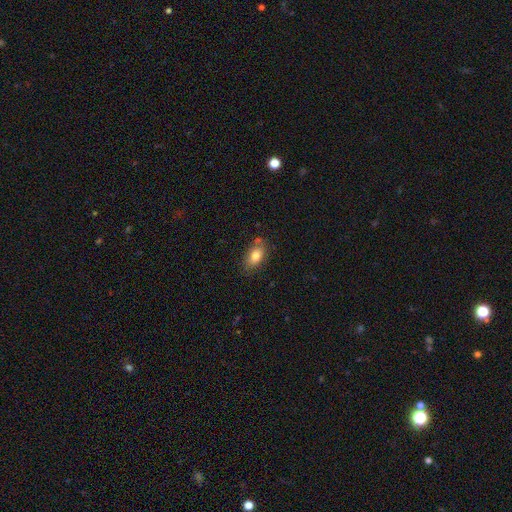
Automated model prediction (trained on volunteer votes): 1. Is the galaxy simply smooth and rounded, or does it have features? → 80% smooth, 12% featured or disk, 8% star or artifact.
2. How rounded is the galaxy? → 89% in between, 7% round, 3% cigar-shaped.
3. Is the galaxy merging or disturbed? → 73% none, 18% minor disturbance, 6% merger, 4% major disturbance.